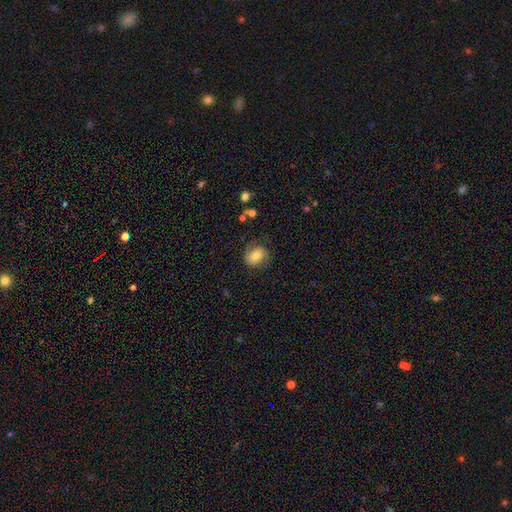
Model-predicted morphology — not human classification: This is likely a smooth galaxy (63%). How rounded: possibly round (52%). Merging: likely none (69%).